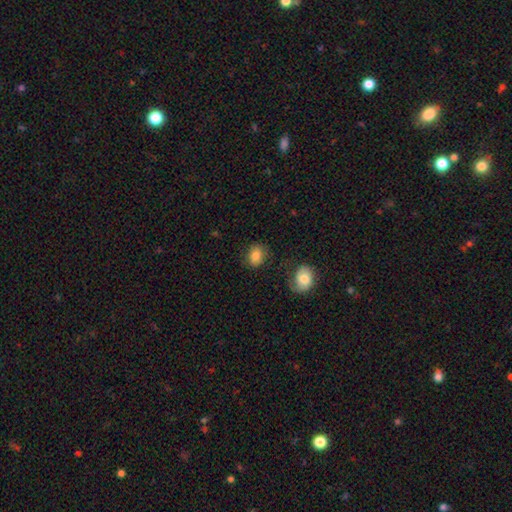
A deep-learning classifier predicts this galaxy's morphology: type=smooth (84%); roundness=in between (64%); merging=none (78%).